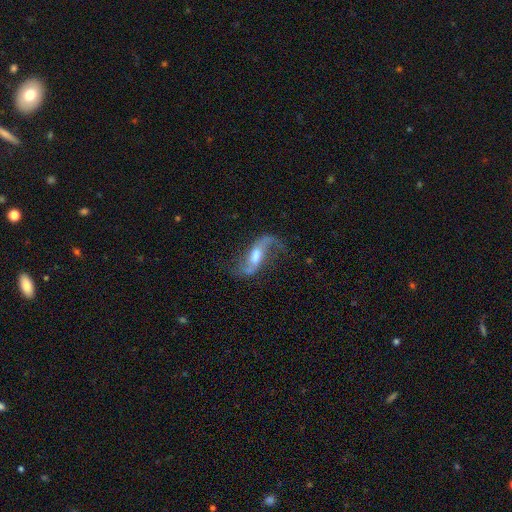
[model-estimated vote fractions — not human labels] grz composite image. It shows a featured or disk galaxy (82%) with a weak bar (46%), 2 (90%) loose (85%) spiral arms (94%) and a moderate central bulge (49%). Merging: none (60%).